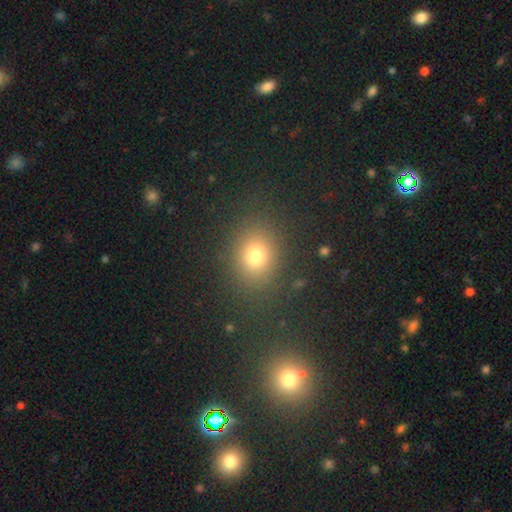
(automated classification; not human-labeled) Smooth or featured: smooth — 74% (star or artifact — 18%)
How rounded: round — 60% (in between — 39%)
Merging: none — 85% (minor disturbance — 8%)